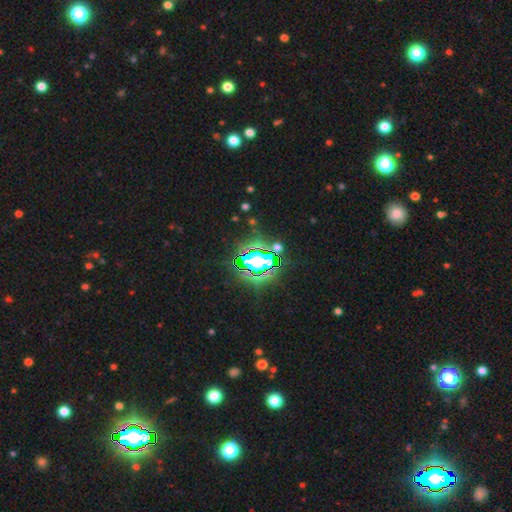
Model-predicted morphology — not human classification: Overall: star or artifact (81%).